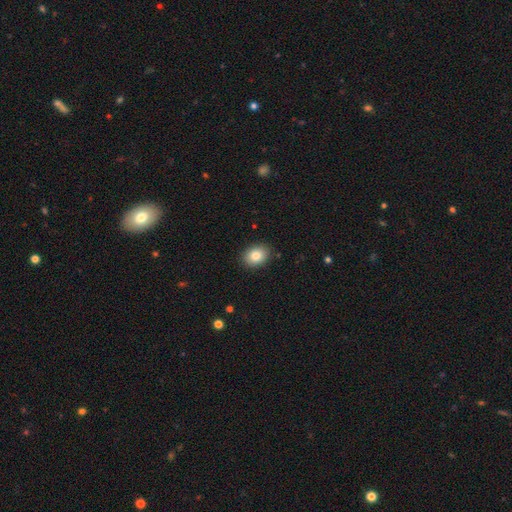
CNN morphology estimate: Smooth or featured? Predicted: smooth (p=0.82). How rounded? Predicted: in between (p=0.64). Merging? Predicted: none (p=0.90).